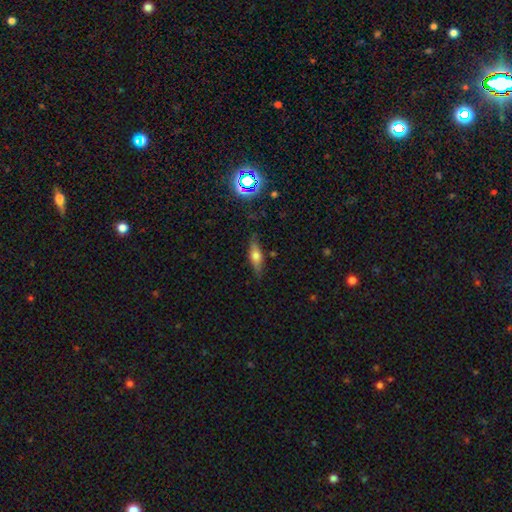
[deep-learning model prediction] Morphology: type=smooth (52%); roundness=cigar-shaped (48%, tied with in between); merging=none (80%).